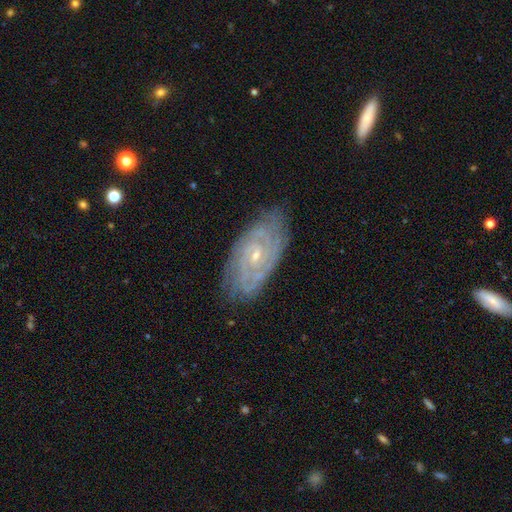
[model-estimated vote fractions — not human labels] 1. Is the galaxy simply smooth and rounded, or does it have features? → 86% featured or disk, 8% smooth, 6% star or artifact.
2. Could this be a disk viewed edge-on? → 94% no, 6% yes.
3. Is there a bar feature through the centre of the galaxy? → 61% no, 32% weak, 7% strong.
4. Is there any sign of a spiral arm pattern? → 96% yes, 4% no.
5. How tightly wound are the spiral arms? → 75% tight, 21% medium, 4% loose.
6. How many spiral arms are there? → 30% can't tell, 29% 2, 17% 3, 12% 4, 6% more than 4, 5% 1.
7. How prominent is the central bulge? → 75% small, 21% moderate, 2% none, 1% large, 1% dominant.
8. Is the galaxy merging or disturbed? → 78% none, 17% minor disturbance, 4% major disturbance, 1% merger.